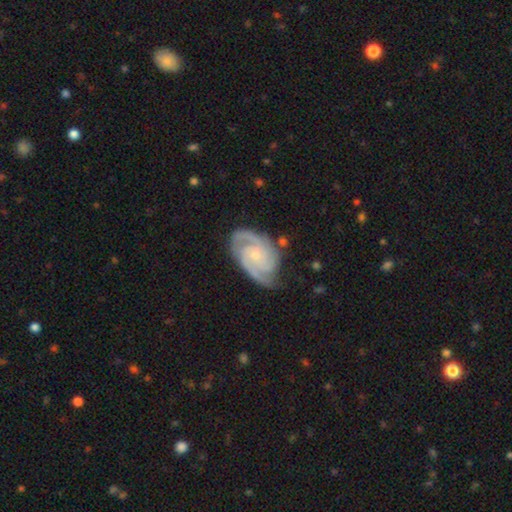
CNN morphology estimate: smooth-or-featured: featured or disk: 90% | smooth: 6% | star or artifact: 4%
  disk-edge-on: no: 98% | yes: 2%
    bar: no: 64% | weak: 29% | strong: 7%
    has-spiral-arms: yes: 98% | no: 2%
      spiral-winding: tight: 57% | medium: 38% | loose: 5%
      spiral-arm-count: 2: 52% | 3: 33% | can't tell: 6% | 4: 4% | 1: 3% | more than 4: 3%
    bulge-size: small: 69% | moderate: 22% | none: 6% | large: 1% | dominant: 1%
  merging: none: 75% | minor disturbance: 18% | major disturbance: 5% | merger: 2%